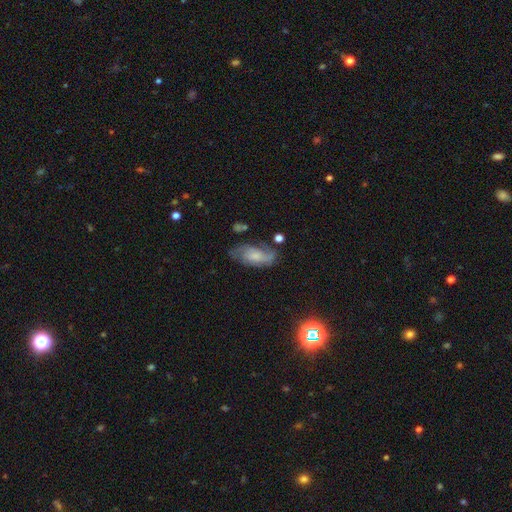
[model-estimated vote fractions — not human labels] Smooth or featured? featured or disk (61%)
Edge-on disk? no (93%)
Bar? no (66%)
Spiral arms? yes (87%)
Bulge size? small (38%)
Merging? none (57%)